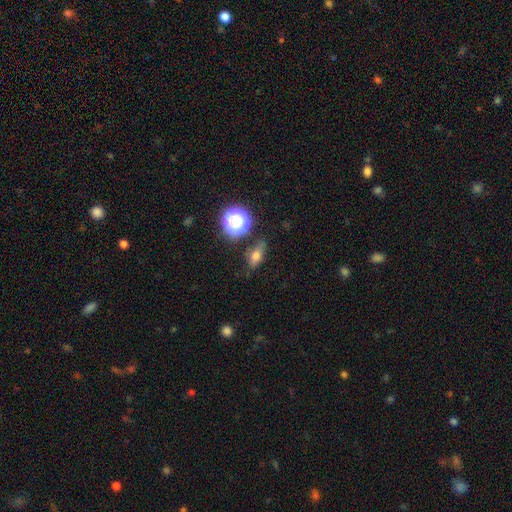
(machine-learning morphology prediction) This appears to be a smooth galaxy with no disk features (63%) that is in between round and cigar-shaped (64%). Merging: none (69%).